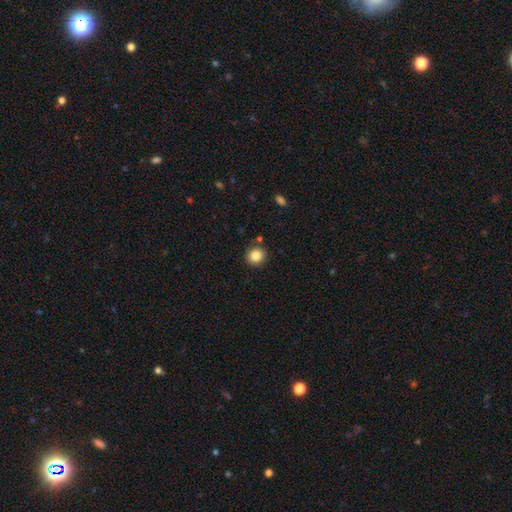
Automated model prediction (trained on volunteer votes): The model was most divided on "smooth or featured": smooth: 84%, star or artifact: 10%, featured or disk: 5%. More confident: how rounded — round (90%); merging — none (87%).